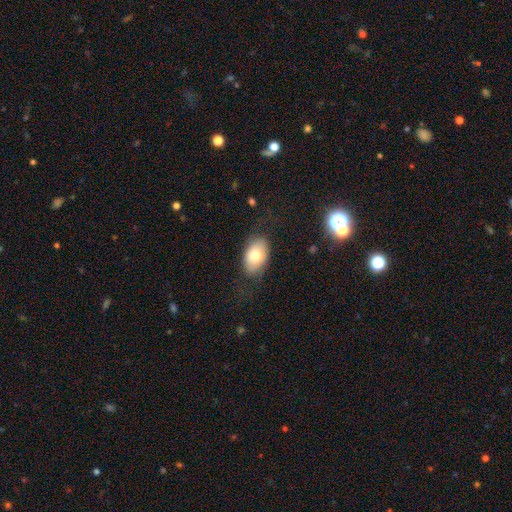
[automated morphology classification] The model was most divided on "smooth or featured": smooth: 73%, featured or disk: 19%, star or artifact: 8%. More confident: how rounded — in between (89%); merging — none (75%).